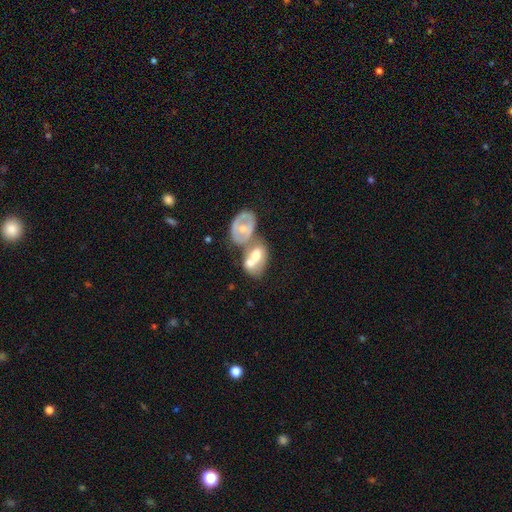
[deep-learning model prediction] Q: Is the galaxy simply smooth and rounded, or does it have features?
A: featured or disk — 47%, tied with smooth.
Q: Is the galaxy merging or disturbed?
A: merger — 70%.